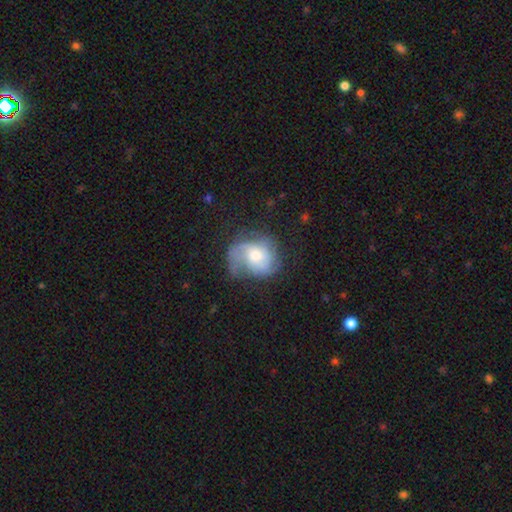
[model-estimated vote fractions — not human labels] Overall: featured or disk (61%; smooth 31%). Edge-on disk: no (97%). Bar: no (73%). Spiral arms: yes (81%). Bulge size: moderate (62%; small 24%). Merging: none (48%; minor disturbance 27%).